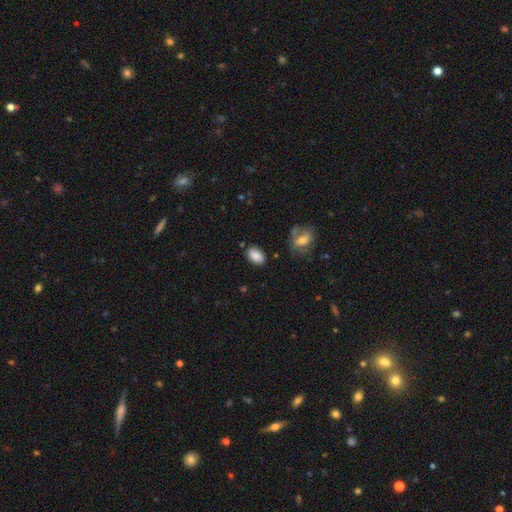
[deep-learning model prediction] smooth-or-featured: smooth: 86% | star or artifact: 8% | featured or disk: 6%
  how-rounded: in between: 91% | round: 8% | cigar-shaped: 2%
  merging: none: 81% | minor disturbance: 13% | major disturbance: 3% | merger: 3%